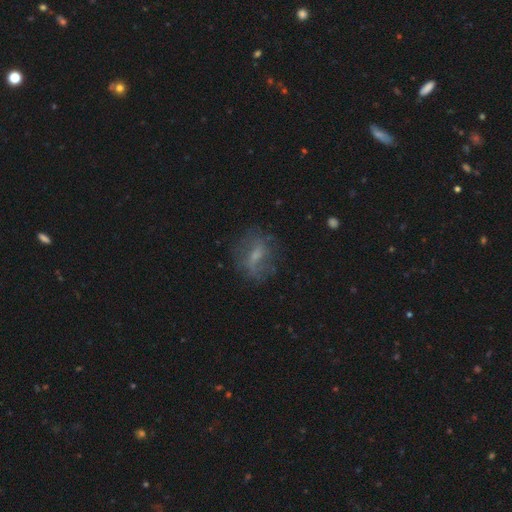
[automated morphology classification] This is possibly a featured or disk galaxy (48%). Merging: likely none (64%).